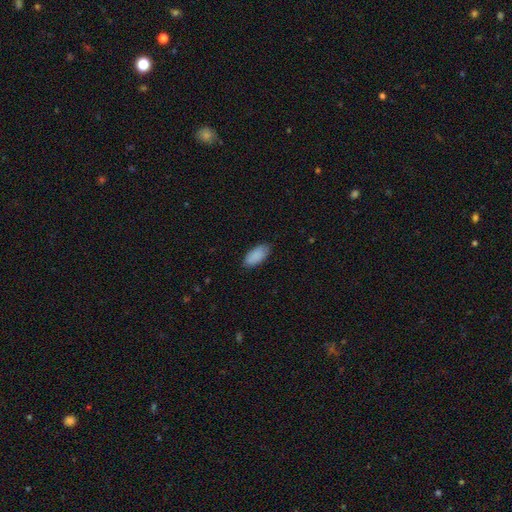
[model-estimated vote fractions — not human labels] This is clearly a smooth galaxy (89%). How rounded: clearly in between (92%). Merging: clearly none (83%).